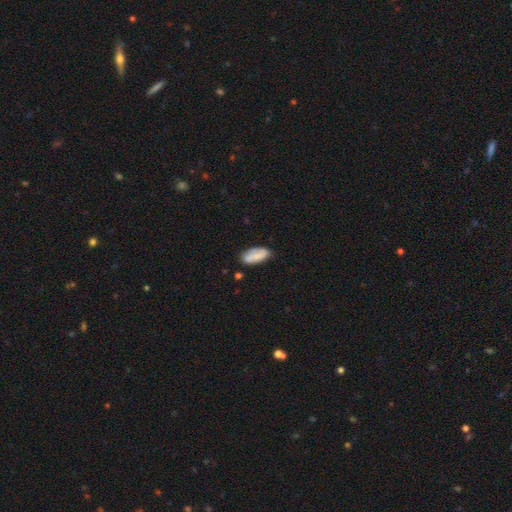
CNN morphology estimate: Smooth or featured?
  - smooth: 74% *
  - featured or disk: 19%
  - star or artifact: 7%
How rounded?
  - in between: 82% *
  - cigar-shaped: 15%
  - round: 2%
Merging?
  - none: 68% *
  - minor disturbance: 22%
  - major disturbance: 5%
  - merger: 5%